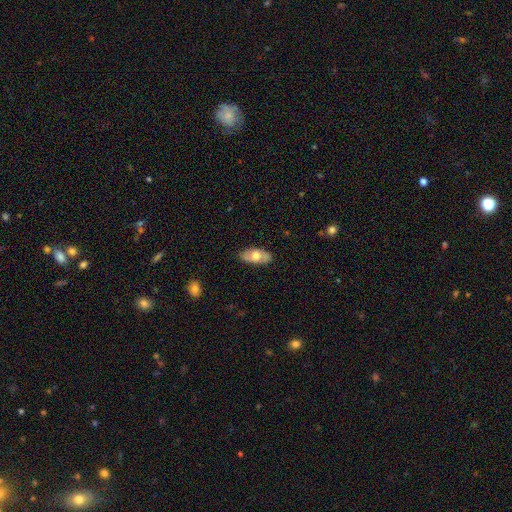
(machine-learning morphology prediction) smooth 54%, featured or disk 40%, star or artifact 6%. Down the decision tree: how rounded — in between (90%); merging — none (83%).